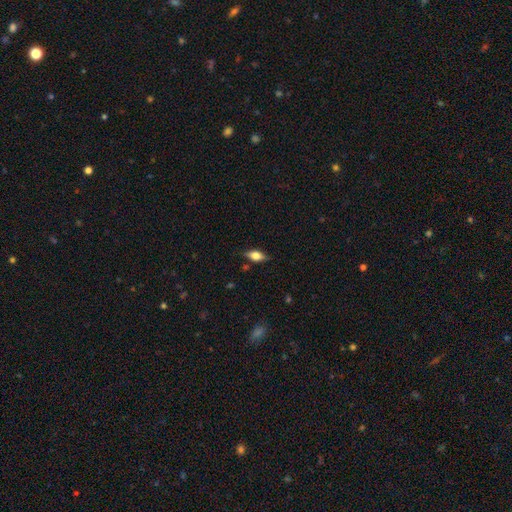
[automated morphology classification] This appears to be a smooth galaxy with no disk features (56%) that is in between round and cigar-shaped (78%). Merging: none (81%).